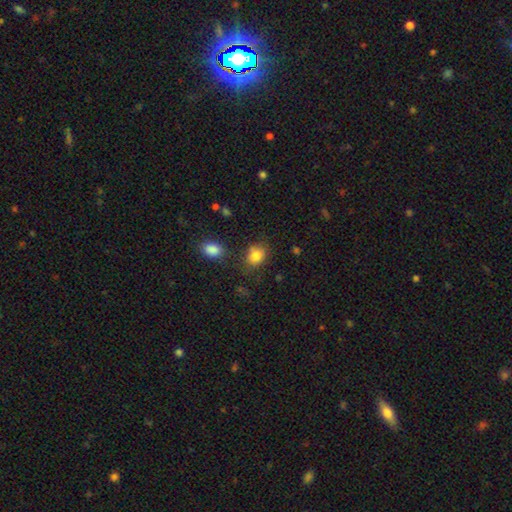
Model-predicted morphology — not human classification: Smooth or featured?
  - smooth: 83% *
  - star or artifact: 11%
  - featured or disk: 7%
How rounded?
  - in between: 50% *
  - round: 49%
  - cigar-shaped: 1%
Merging?
  - none: 67% *
  - minor disturbance: 19%
  - merger: 8%
  - major disturbance: 6%